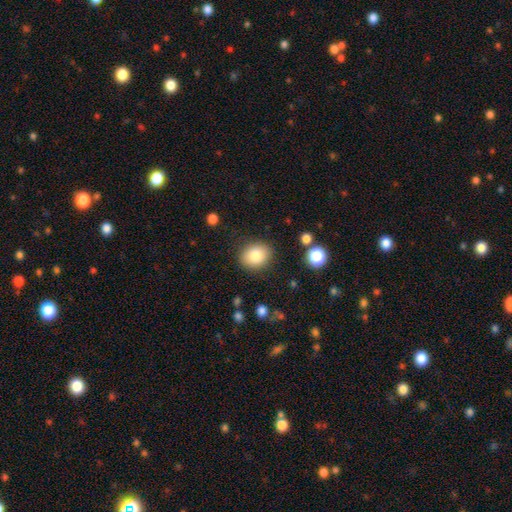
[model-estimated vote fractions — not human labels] smooth 82%, featured or disk 9%, star or artifact 9%. Down the decision tree: how rounded — round (57%); merging — none (86%).